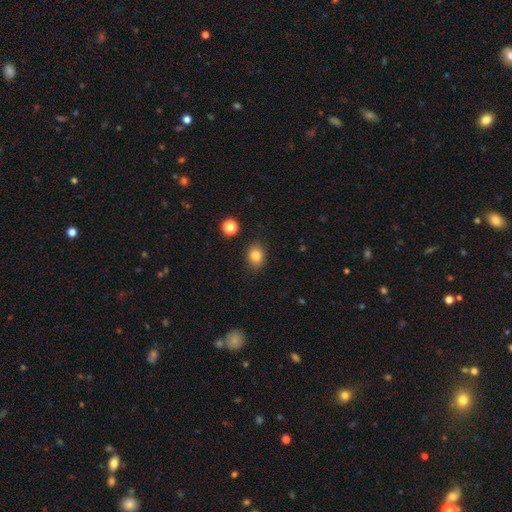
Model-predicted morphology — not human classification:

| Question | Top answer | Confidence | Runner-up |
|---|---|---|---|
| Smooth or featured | smooth | 82% | star or artifact (11%) |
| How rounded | round | 53% | in between (46%) |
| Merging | none | 86% | minor disturbance (10%) |